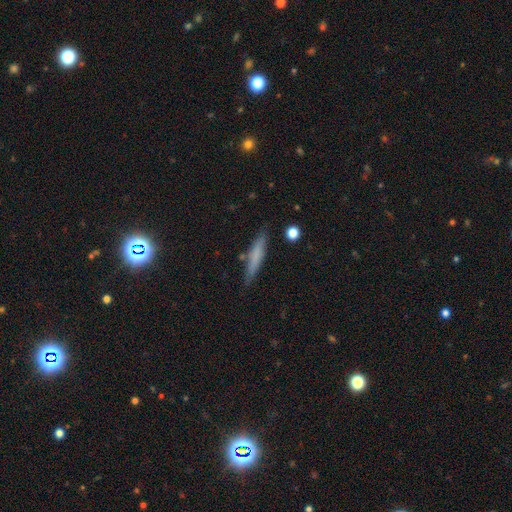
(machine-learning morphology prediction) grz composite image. It shows a smooth galaxy with no disk features (67%) that is cigar-shaped (90%). Merging: none (81%).